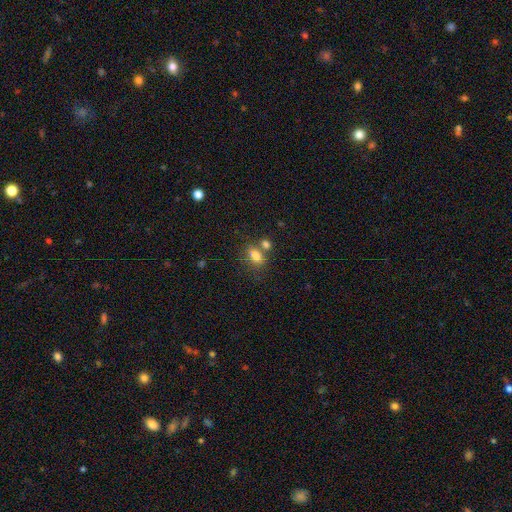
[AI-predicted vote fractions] Smooth or featured? Predicted: smooth (p=0.80). How rounded? Predicted: in between (p=0.75). Merging? Predicted: none (p=0.52).